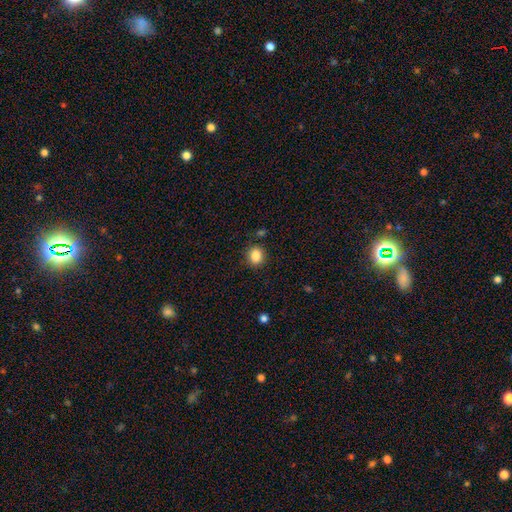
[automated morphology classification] Smooth or featured: smooth — 87% (star or artifact — 10%)
How rounded: round — 63% (in between — 36%)
Merging: none — 85% (minor disturbance — 9%)